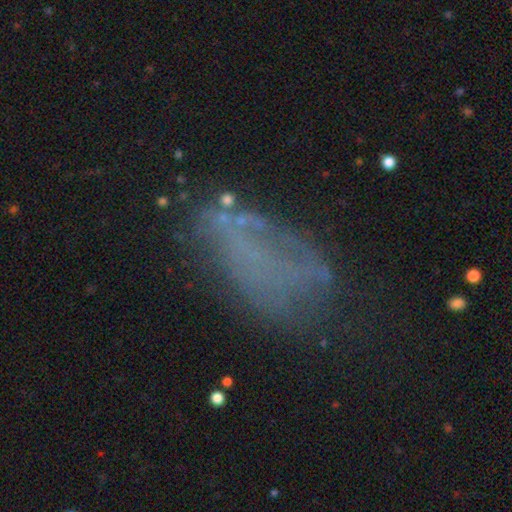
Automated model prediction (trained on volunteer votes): Q: Smooth or featured?
A: smooth (39%); runner-up: featured or disk (35%)
Q: Merging?
A: none (48%); runner-up: major disturbance (25%)